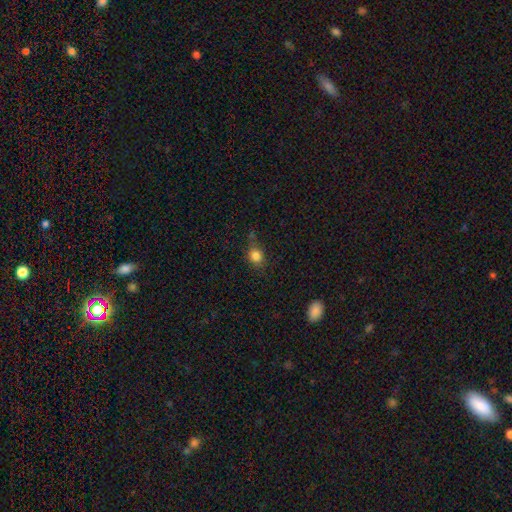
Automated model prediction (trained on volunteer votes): This appears to be a smooth galaxy with no disk features (81%) that is round (67%). Merging: none (60%).